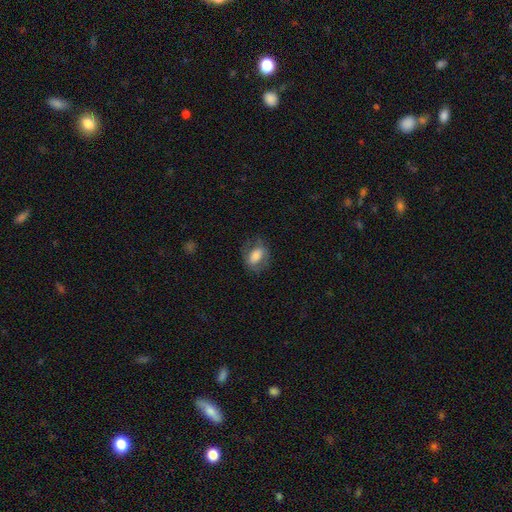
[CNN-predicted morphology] Q: Smooth or featured?
A: smooth (67%); runner-up: featured or disk (25%)
Q: How rounded?
A: in between (81%); runner-up: round (17%)
Q: Merging?
A: none (64%); runner-up: minor disturbance (21%)